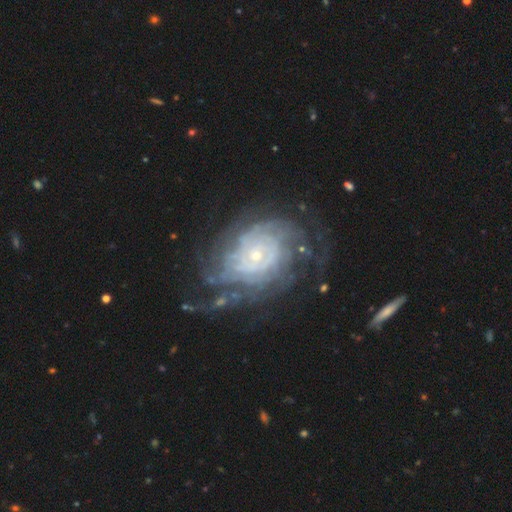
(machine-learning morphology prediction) This is clearly a featured or disk galaxy (87%). It is clearly not viewed edge-on (97%). Bar: likely no (75%). Spiral arm pattern: clearly yes (94%). Spiral arm count: marginally can't tell (41%). Spiral winding: likely tight (78%). Central bulge: likely small (75%). Merging: likely none (64%).